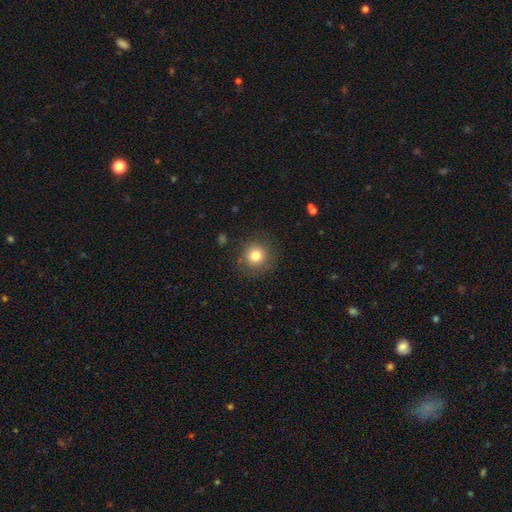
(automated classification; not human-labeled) A smooth galaxy with no disk features (80%) that is round (94%). Merging: none (87%).